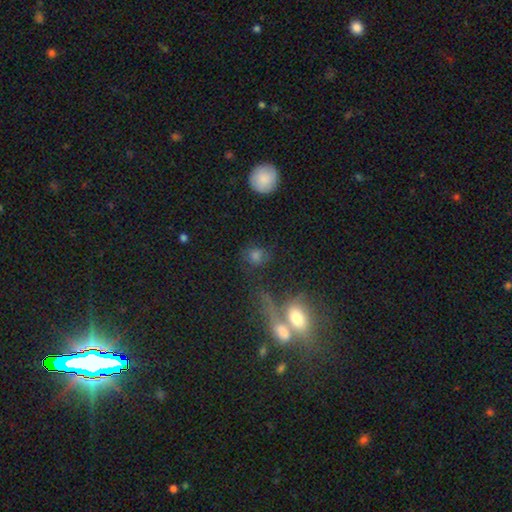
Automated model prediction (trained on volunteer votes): This appears to be a smooth galaxy with no disk features (69%) that is round (64%). Merging: none (58%).